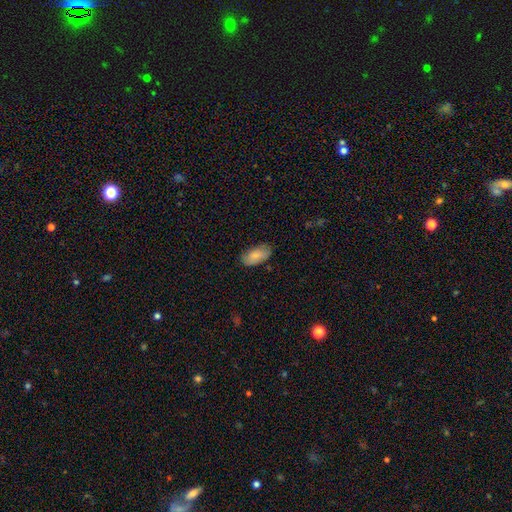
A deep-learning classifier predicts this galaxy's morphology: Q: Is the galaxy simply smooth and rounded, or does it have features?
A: smooth — 82%.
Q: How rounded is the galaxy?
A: in between — 93%.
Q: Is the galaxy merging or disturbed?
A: none — 77%.